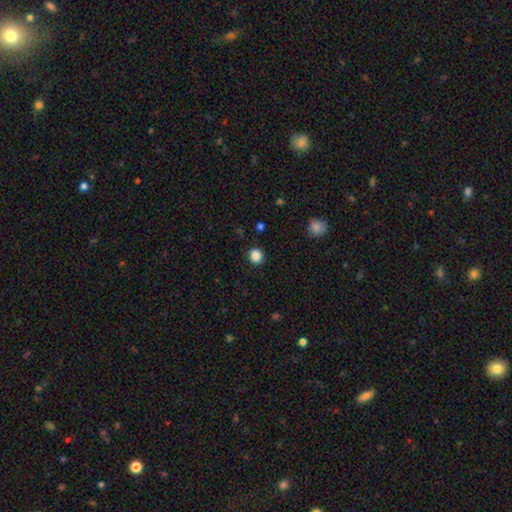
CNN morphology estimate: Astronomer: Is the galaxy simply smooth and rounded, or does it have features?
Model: smooth — 87%.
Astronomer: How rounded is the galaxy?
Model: round — 89%.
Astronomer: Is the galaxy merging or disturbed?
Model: none — 91%.